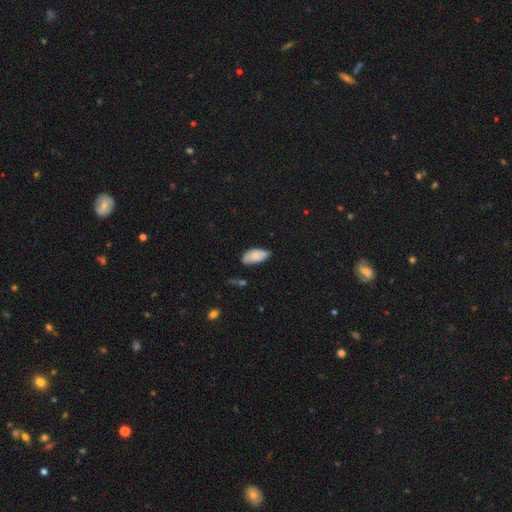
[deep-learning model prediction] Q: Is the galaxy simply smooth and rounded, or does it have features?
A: smooth — 81%.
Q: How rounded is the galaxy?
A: in between — 92%.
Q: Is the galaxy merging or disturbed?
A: none — 61%.